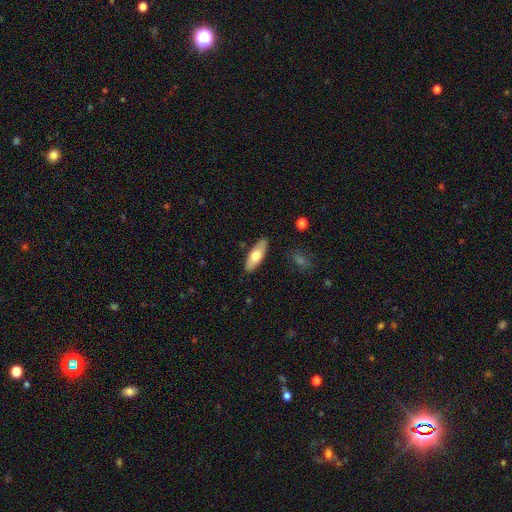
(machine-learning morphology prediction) A smooth galaxy with no disk features (66%) that is in between round and cigar-shaped (66%).

Vote fractions:
- Smooth or featured? smooth: 66% / featured or disk: 28% / star or artifact: 6%
- How rounded? in between: 66% / cigar-shaped: 32% / round: 2%
- Merging? none: 87% / minor disturbance: 9% / major disturbance: 2% / merger: 1%